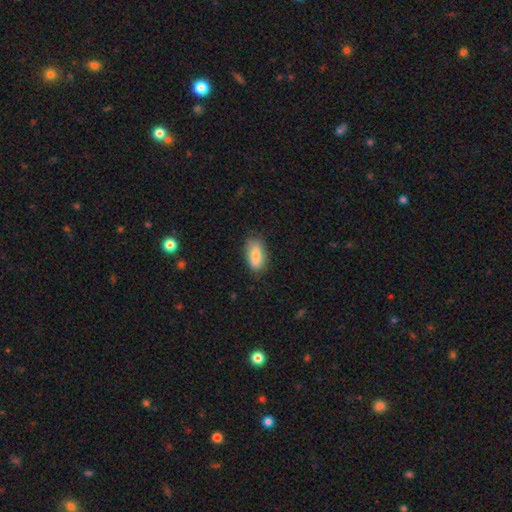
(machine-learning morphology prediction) smooth-or-featured: smooth: 82% | featured or disk: 11% | star or artifact: 7%
  how-rounded: in between: 89% | cigar-shaped: 7% | round: 3%
  merging: none: 74% | minor disturbance: 20% | major disturbance: 4% | merger: 1%